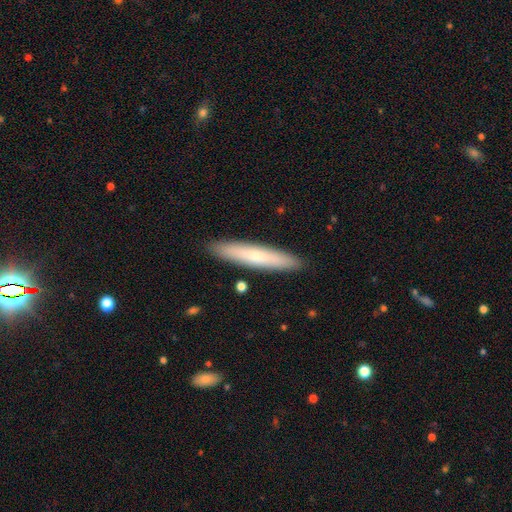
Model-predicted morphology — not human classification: type=smooth (63%); roundness=cigar-shaped (91%); merging=none (90%).